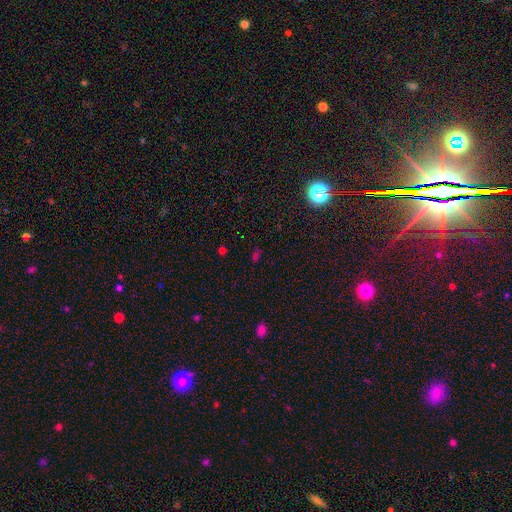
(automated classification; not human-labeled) Smooth or featured? Predicted: smooth (p=0.47). Merging? Predicted: none (p=0.75).